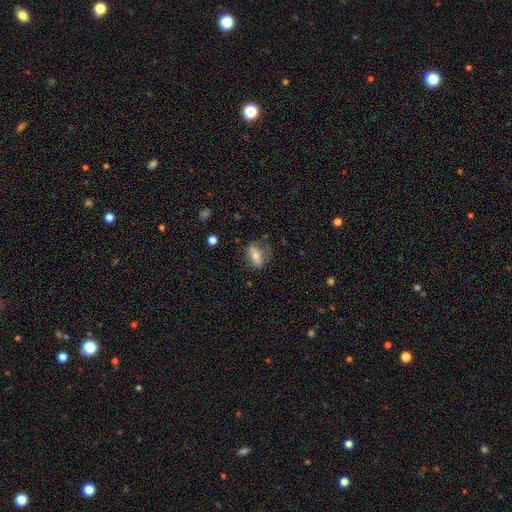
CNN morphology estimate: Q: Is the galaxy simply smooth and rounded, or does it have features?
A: smooth — 59%.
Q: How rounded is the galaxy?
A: in between — 71%.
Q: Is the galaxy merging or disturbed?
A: none — 64%.